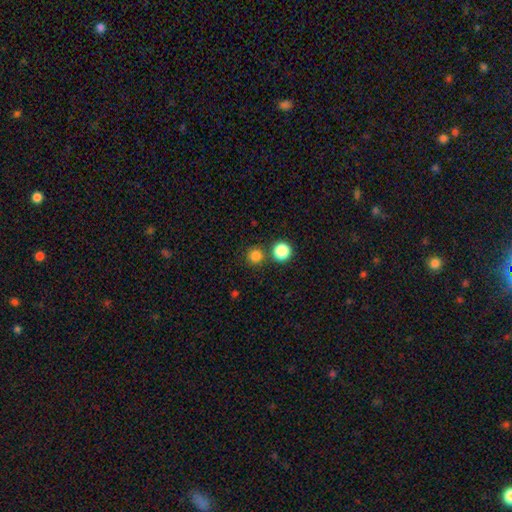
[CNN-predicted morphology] Smooth or featured? Predicted: smooth (p=0.82). How rounded? Predicted: round (p=0.94). Merging? Predicted: none (p=0.77).